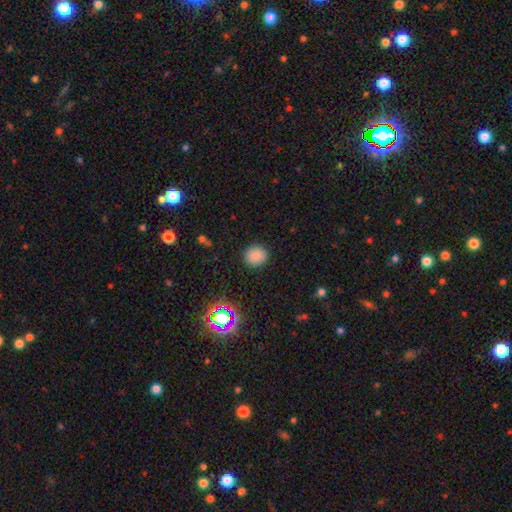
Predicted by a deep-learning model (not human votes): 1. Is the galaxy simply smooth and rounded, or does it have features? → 82% smooth, 13% star or artifact, 5% featured or disk.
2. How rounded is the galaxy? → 87% round, 12% in between, 1% cigar-shaped.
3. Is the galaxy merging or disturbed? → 90% none, 6% minor disturbance, 2% major disturbance, 1% merger.